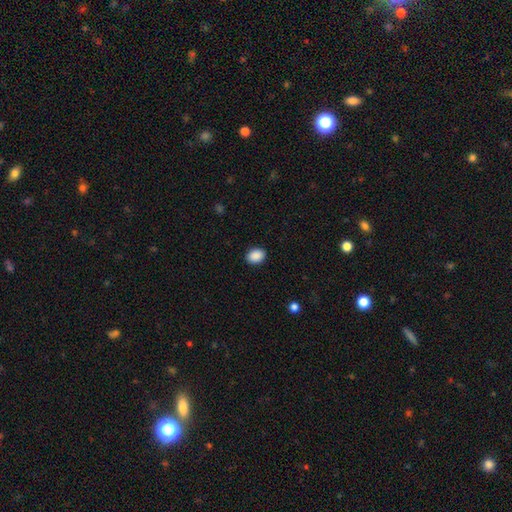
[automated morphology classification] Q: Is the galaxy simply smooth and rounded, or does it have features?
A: smooth — 90%.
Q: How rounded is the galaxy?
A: in between — 66%.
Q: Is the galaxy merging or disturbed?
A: none — 90%.